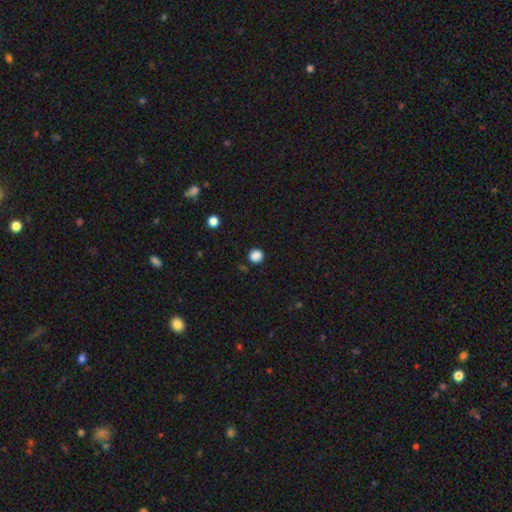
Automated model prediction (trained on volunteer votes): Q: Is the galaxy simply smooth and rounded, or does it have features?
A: smooth — 86%.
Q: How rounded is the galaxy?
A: round — 92%.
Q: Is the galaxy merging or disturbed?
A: none — 89%.